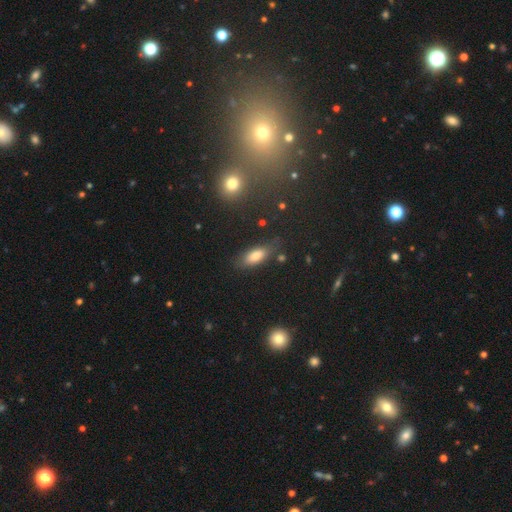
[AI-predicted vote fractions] Smooth or featured?
  - smooth: 79% *
  - featured or disk: 11%
  - star or artifact: 10%
How rounded?
  - in between: 78% *
  - cigar-shaped: 18%
  - round: 4%
Merging?
  - none: 74% *
  - minor disturbance: 18%
  - major disturbance: 5%
  - merger: 3%